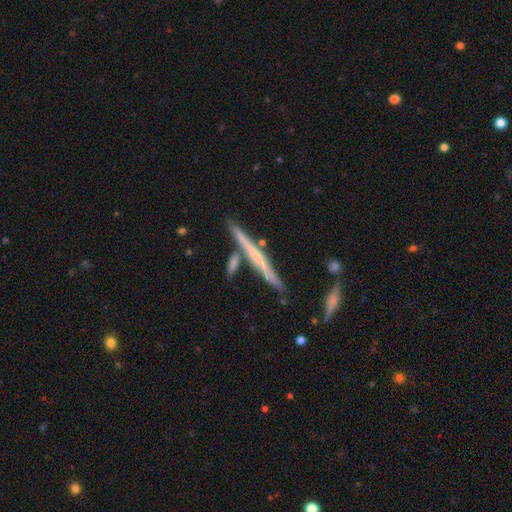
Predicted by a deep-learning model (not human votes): A featured or disk galaxy (58%) viewed edge-on (97%) with no central bulge (74%). Merging: none (80%).